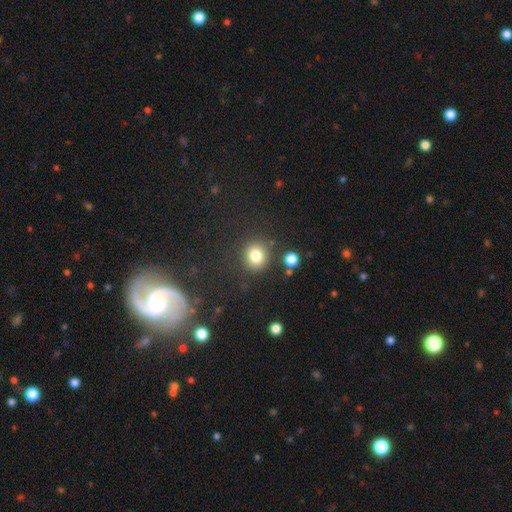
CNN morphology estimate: Smooth or featured?
  - smooth: 81% *
  - star or artifact: 12%
  - featured or disk: 6%
How rounded?
  - round: 84% *
  - in between: 15%
  - cigar-shaped: 1%
Merging?
  - none: 83% *
  - minor disturbance: 9%
  - merger: 5%
  - major disturbance: 4%